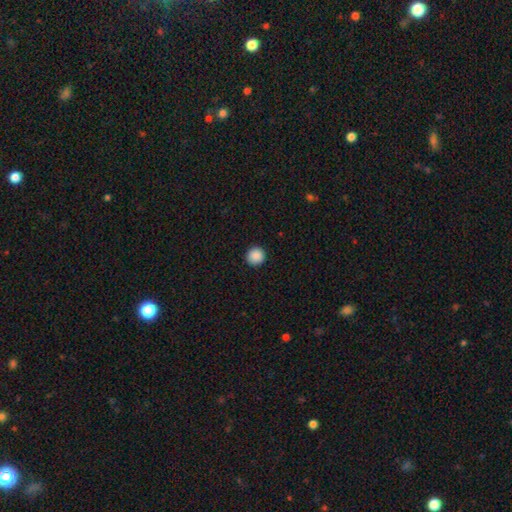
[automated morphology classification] Smooth or featured? smooth (89%)
How rounded? round (95%)
Merging? none (93%)